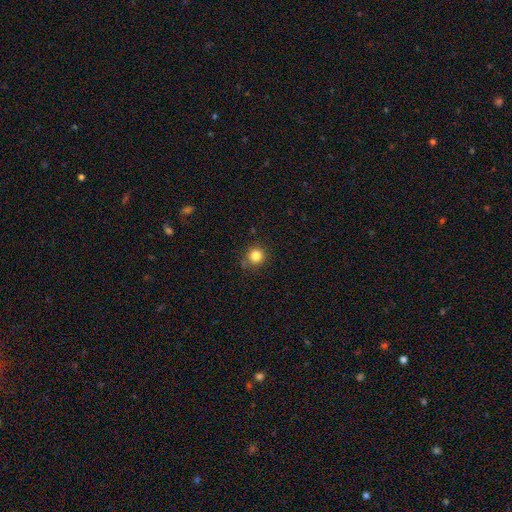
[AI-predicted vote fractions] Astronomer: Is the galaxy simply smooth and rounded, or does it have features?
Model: smooth — 83%.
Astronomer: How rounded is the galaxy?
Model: round — 92%.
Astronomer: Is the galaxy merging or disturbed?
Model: none — 80%.